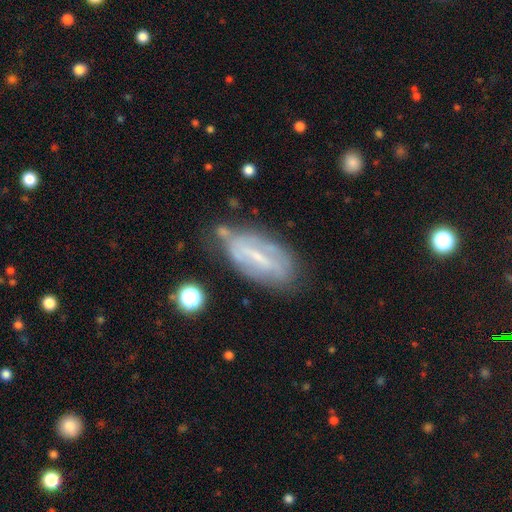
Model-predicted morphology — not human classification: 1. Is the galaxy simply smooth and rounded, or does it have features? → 65% featured or disk, 26% smooth, 8% star or artifact.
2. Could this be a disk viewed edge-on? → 86% no, 14% yes.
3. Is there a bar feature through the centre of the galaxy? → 47% strong, 37% weak, 16% no.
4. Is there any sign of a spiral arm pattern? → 59% yes, 41% no.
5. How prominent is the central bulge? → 60% small, 20% moderate, 17% none, 2% large, 1% dominant.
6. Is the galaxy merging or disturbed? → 57% none, 26% minor disturbance, 11% major disturbance, 6% merger.